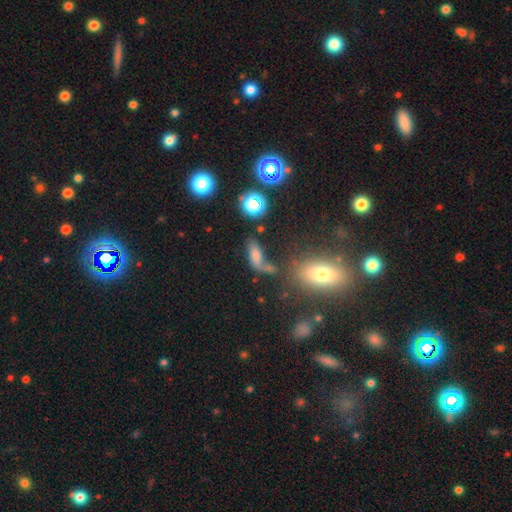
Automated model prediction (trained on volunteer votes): A smooth galaxy with no disk features (61%) that is in between round and cigar-shaped (68%).

Vote fractions:
- Smooth or featured? smooth: 61% / featured or disk: 20% / star or artifact: 19%
- How rounded? in between: 68% / cigar-shaped: 23% / round: 8%
- Merging? none: 35% / merger: 30% / major disturbance: 18% / minor disturbance: 17%